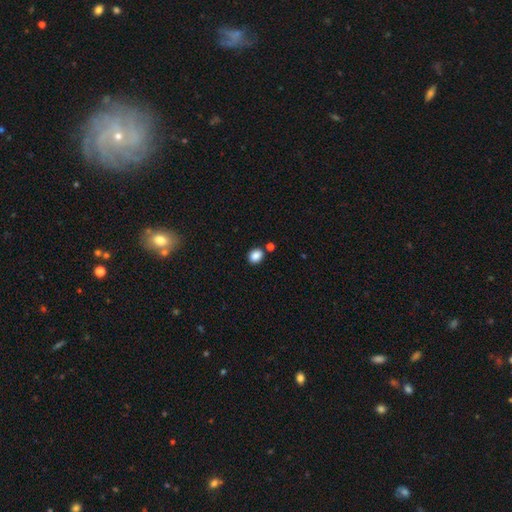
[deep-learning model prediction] The model was most divided on "how rounded": round: 52%, in between: 47%, cigar-shaped: 1%. More confident: smooth or featured — smooth (87%); merging — none (78%).